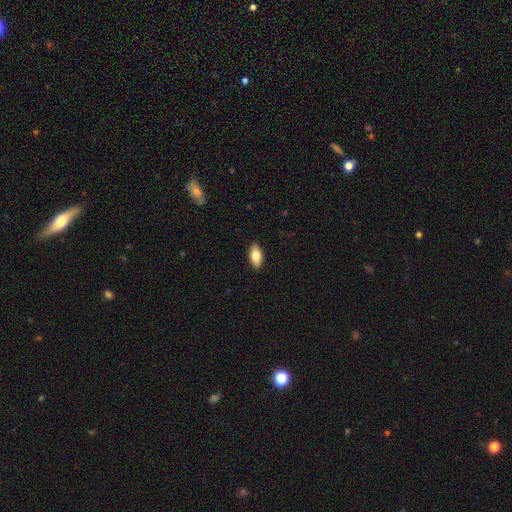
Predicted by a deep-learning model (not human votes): The model was most divided on "smooth or featured": smooth: 78%, featured or disk: 15%, star or artifact: 6%. More confident: merging — none (90%); how rounded — in between (88%).